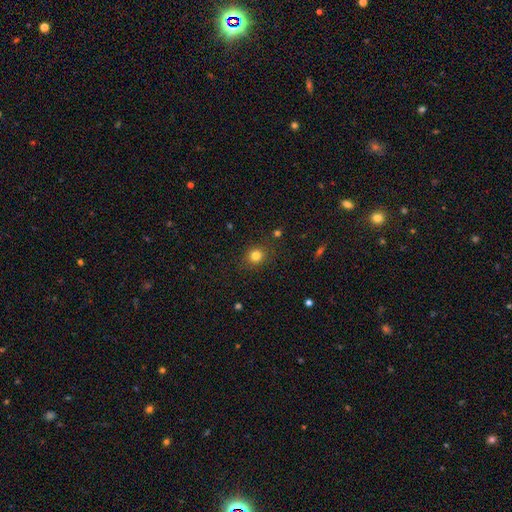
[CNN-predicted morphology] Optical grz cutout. It shows a smooth galaxy with no disk features (81%) that is round (84%). Merging: none (87%).